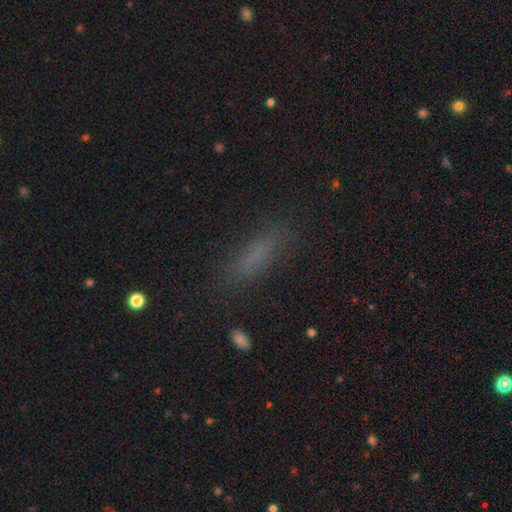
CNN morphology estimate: The model was most divided on "how rounded": cigar-shaped: 64%, in between: 33%, round: 3%. More confident: merging — none (78%); smooth or featured — smooth (71%).